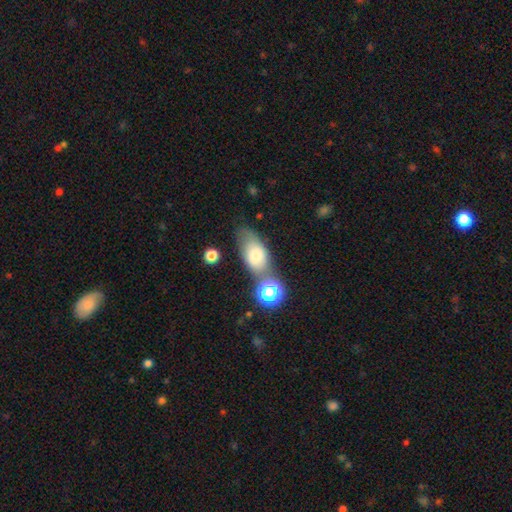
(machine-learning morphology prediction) A smooth galaxy with no disk features (69%) that is in between round and cigar-shaped (84%).

Vote fractions:
- Smooth or featured? smooth: 69% / featured or disk: 20% / star or artifact: 11%
- How rounded? in between: 84% / round: 11% / cigar-shaped: 5%
- Merging? none: 52% / minor disturbance: 21% / merger: 19% / major disturbance: 8%